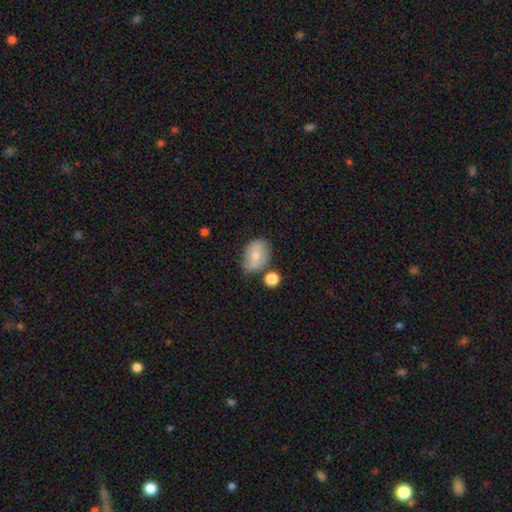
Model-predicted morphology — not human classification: Q: Smooth or featured?
A: smooth (63%); runner-up: featured or disk (29%)
Q: How rounded?
A: in between (73%); runner-up: round (26%)
Q: Merging?
A: none (57%); runner-up: minor disturbance (25%)